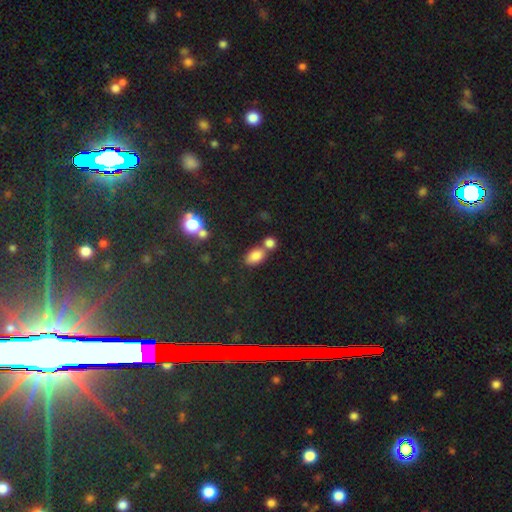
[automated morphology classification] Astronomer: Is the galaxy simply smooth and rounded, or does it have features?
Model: smooth — 81%.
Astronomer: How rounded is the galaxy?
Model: in between — 85%.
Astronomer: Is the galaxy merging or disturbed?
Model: none — 46% (runner-up: merger, 38%).